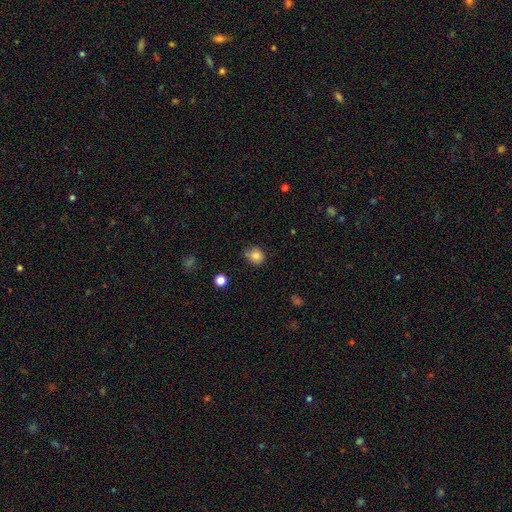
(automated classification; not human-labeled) Q: Smooth or featured?
A: smooth (83%); runner-up: star or artifact (11%)
Q: How rounded?
A: round (70%); runner-up: in between (29%)
Q: Merging?
A: none (67%); runner-up: minor disturbance (25%)